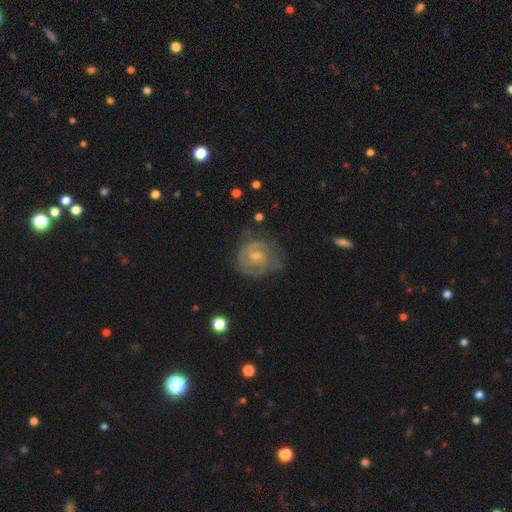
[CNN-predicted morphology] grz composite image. It shows a featured or disk galaxy (83%) with no bar (52%), 2 (49%) tight (63%) spiral arms (94%) and a small central bulge (59%). Merging: none (69%).